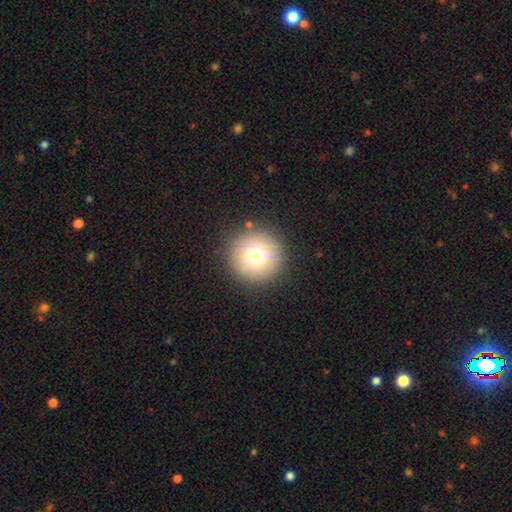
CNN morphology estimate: Q: Smooth or featured?
A: smooth (72%); runner-up: star or artifact (15%)
Q: How rounded?
A: round (96%); runner-up: in between (3%)
Q: Merging?
A: none (89%); runner-up: minor disturbance (6%)